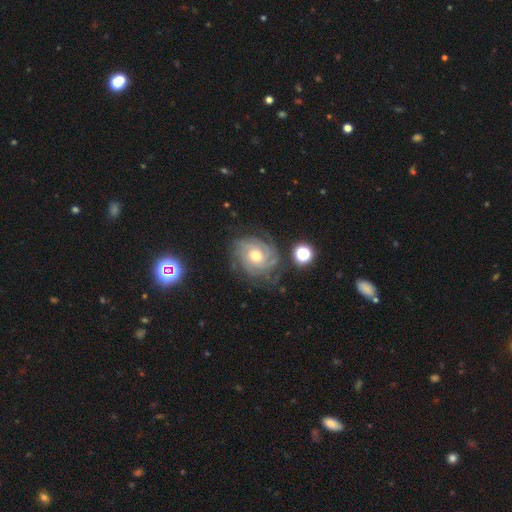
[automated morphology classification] Smooth or featured? featured or disk (86%)
Edge-on disk? no (97%)
Bar? no (73%)
Spiral arms? yes (97%)
Spiral winding? tight (76%)
Spiral arm count? can't tell (29%)
Bulge size? moderate (68%)
Merging? none (74%)